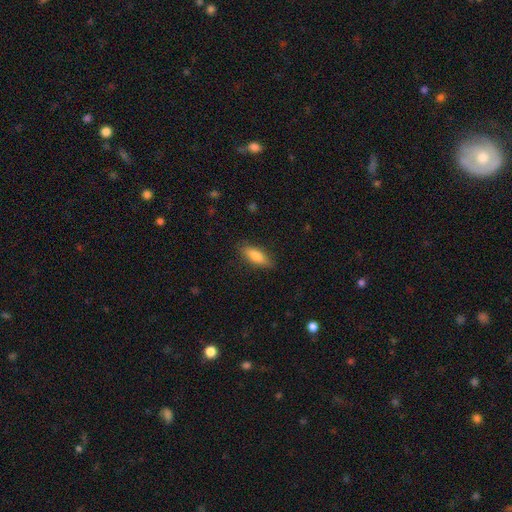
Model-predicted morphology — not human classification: This appears to be a smooth galaxy with no disk features (81%) that is in between round and cigar-shaped (68%). Merging: none (83%).